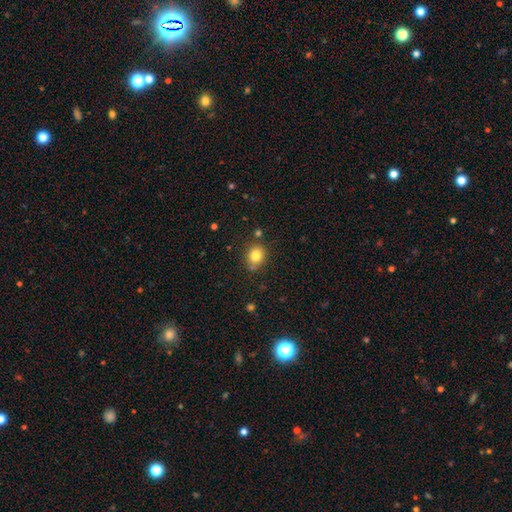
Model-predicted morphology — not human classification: A smooth galaxy with no disk features (81%) that is round (65%). Merging: none (76%).